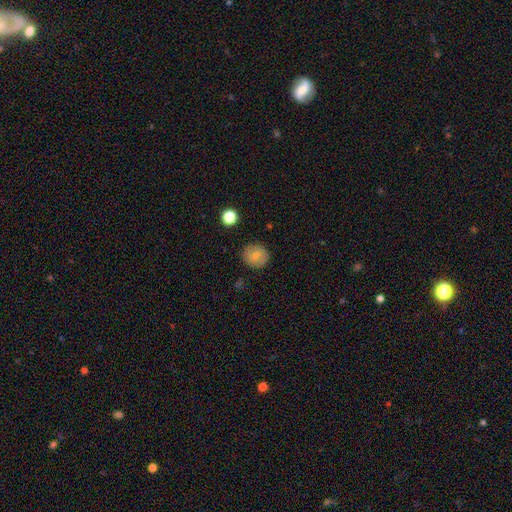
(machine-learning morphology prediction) Smooth or featured? smooth (77%)
How rounded? round (87%)
Merging? none (88%)